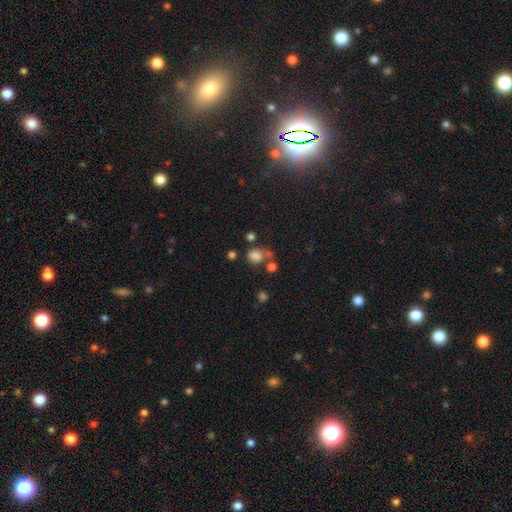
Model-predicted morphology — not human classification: Smooth or featured? Predicted: smooth (p=0.77). How rounded? Predicted: round (p=0.65). Merging? Predicted: none (p=0.50).